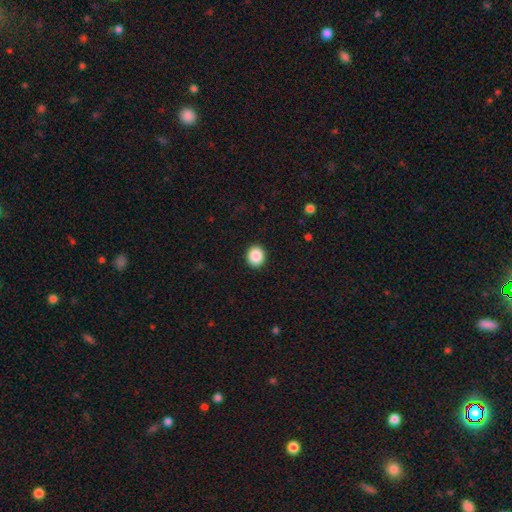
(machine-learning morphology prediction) This appears to be a smooth galaxy with no disk features (88%) that is round (75%). Merging: none (92%).